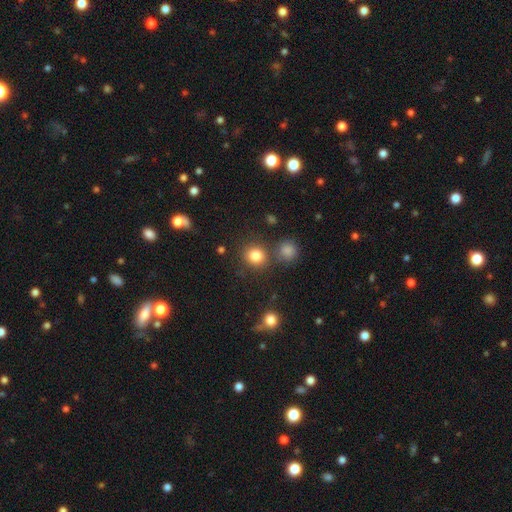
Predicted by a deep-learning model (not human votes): smooth-or-featured: smooth: 82% | star or artifact: 12% | featured or disk: 6%
  how-rounded: round: 85% | in between: 14% | cigar-shaped: 1%
  merging: none: 77% | merger: 11% | minor disturbance: 9% | major disturbance: 4%